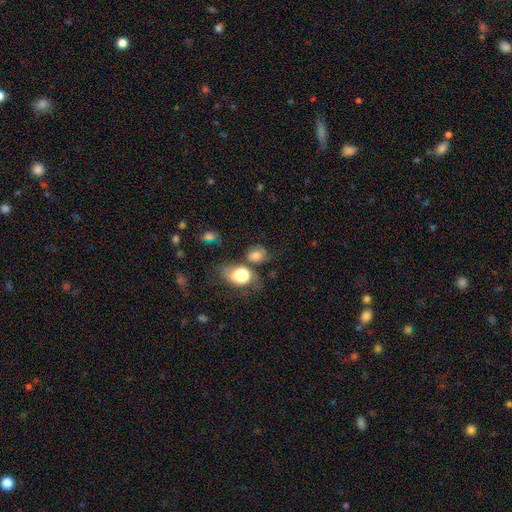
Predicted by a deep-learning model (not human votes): Morphology: type=smooth (74%); roundness=round (58%); merging=none (49%).